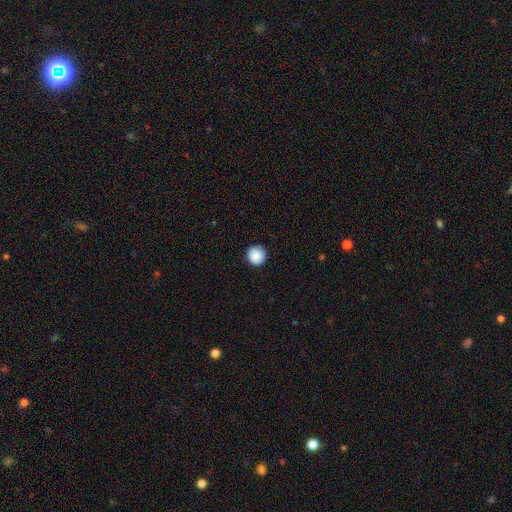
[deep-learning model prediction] smooth_or_featured: smooth (p=0.89) [alt: star or artifact p=0.08]
how_rounded: round (p=0.94) [alt: in between p=0.05]
merging: none (p=0.91) [alt: minor disturbance p=0.07]